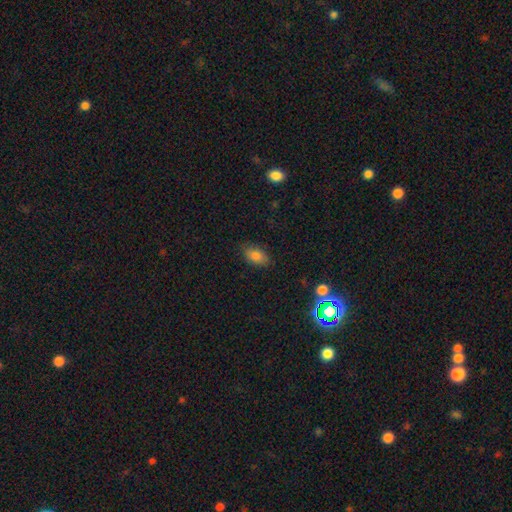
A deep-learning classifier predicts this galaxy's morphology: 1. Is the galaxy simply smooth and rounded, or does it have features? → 82% smooth, 10% star or artifact, 8% featured or disk.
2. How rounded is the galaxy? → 91% in between, 6% round, 3% cigar-shaped.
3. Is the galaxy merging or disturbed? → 82% none, 14% minor disturbance, 3% major disturbance, 1% merger.